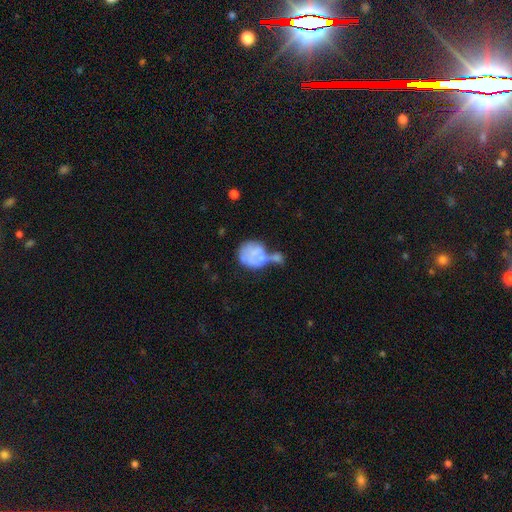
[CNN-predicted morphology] A smooth galaxy with no disk features (48%). Merging: merger (44%).